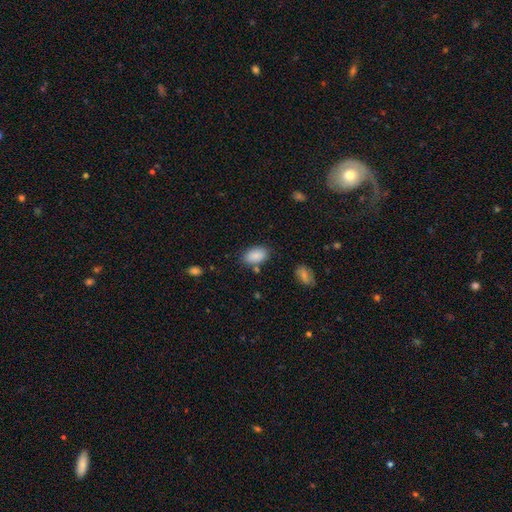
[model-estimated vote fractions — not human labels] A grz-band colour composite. It shows a smooth galaxy with no disk features (88%) that is in between round and cigar-shaped (93%). Merging: none (77%).